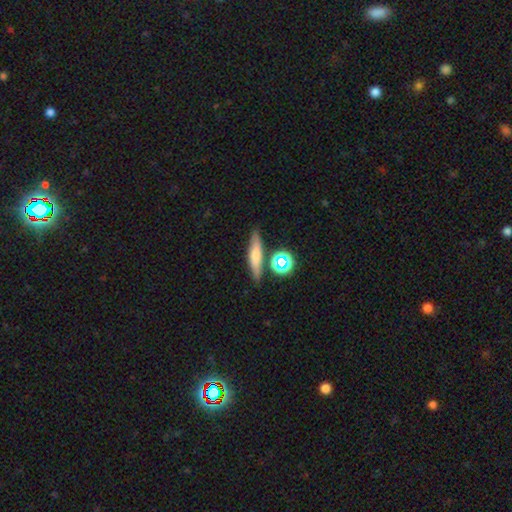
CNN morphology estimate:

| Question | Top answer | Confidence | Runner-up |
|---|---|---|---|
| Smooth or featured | smooth | 61% | featured or disk (27%) |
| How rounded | cigar-shaped | 66% | in between (25%) |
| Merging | none | 76% | minor disturbance (12%) |